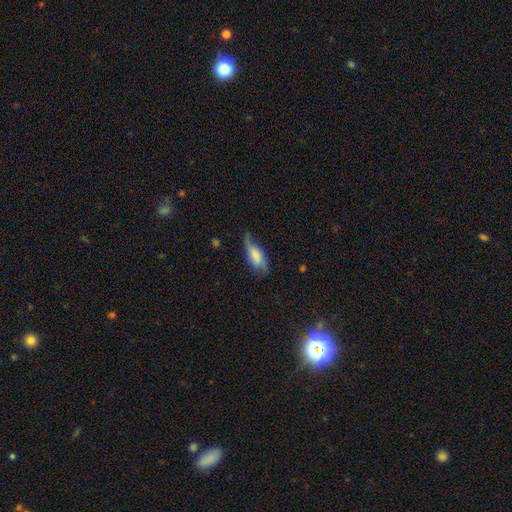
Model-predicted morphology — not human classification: smooth_or_featured: smooth (p=0.60) [alt: featured or disk p=0.33]
how_rounded: in between (p=0.78) [alt: cigar-shaped p=0.20]
merging: none (p=0.49) [alt: minor disturbance p=0.35]